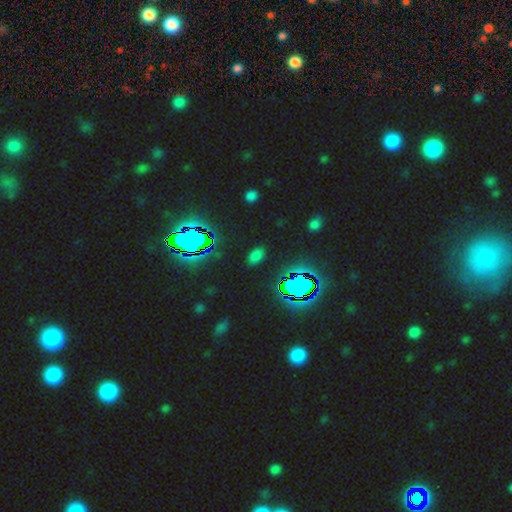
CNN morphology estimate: Smooth or featured? smooth (51%)
How rounded? in between (83%)
Merging? none (87%)